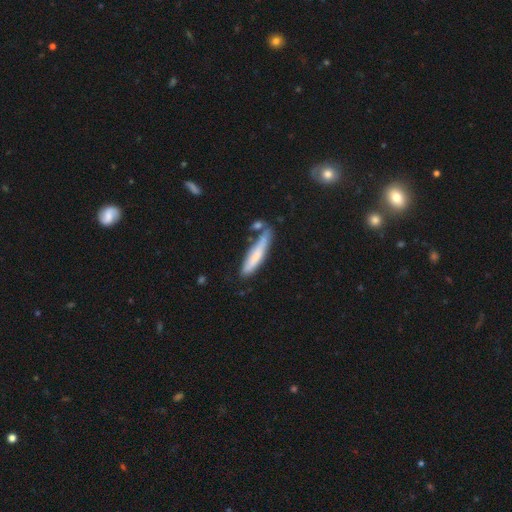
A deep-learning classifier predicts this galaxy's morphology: This is likely a smooth galaxy (66%). How rounded: clearly cigar-shaped (87%). Merging: possibly none (58%).